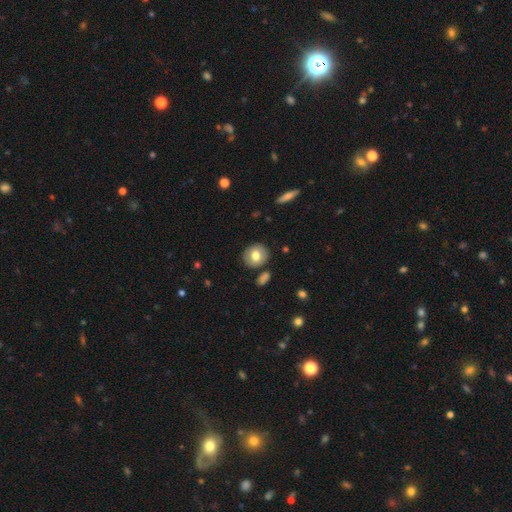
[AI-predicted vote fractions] Smooth or featured? smooth (71%)
How rounded? round (77%)
Merging? none (85%)